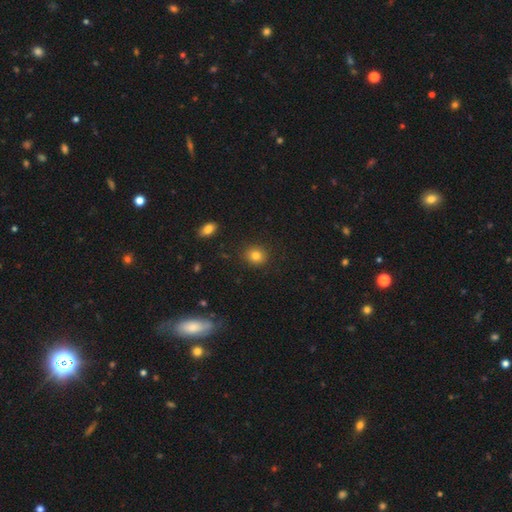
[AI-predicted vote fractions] smooth_or_featured: smooth (p=0.83) [alt: star or artifact p=0.11]
how_rounded: round (p=0.73) [alt: in between p=0.26]
merging: none (p=0.89) [alt: minor disturbance p=0.08]